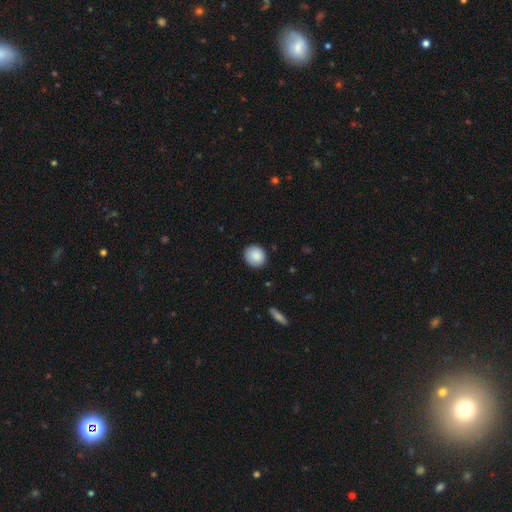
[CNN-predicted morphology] A smooth galaxy with no disk features (89%) that is round (83%).

Vote fractions:
- Smooth or featured? smooth: 89% / star or artifact: 7% / featured or disk: 4%
- How rounded? round: 83% / in between: 16% / cigar-shaped: 1%
- Merging? none: 88% / minor disturbance: 9% / major disturbance: 2% / merger: 1%